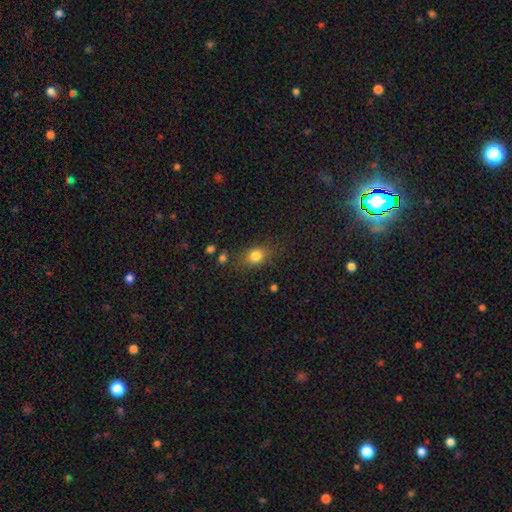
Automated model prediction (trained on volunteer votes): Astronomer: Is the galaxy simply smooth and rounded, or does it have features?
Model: smooth — 81%.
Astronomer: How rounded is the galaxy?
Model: in between — 60% (runner-up: round, 37%).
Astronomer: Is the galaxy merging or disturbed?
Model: none — 76%.